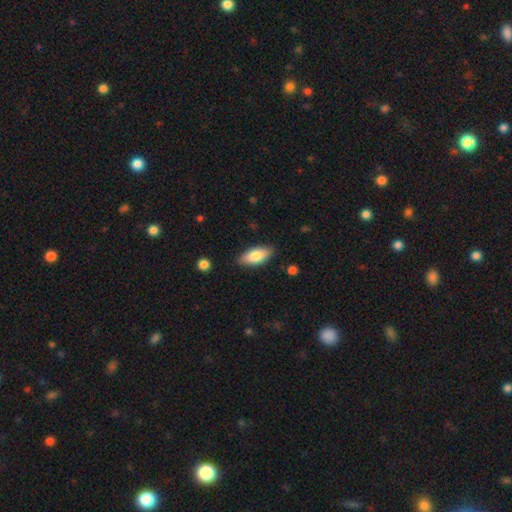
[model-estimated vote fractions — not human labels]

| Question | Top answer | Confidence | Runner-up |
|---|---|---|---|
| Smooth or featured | smooth | 78% | featured or disk (16%) |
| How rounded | in between | 82% | cigar-shaped (16%) |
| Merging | none | 85% | minor disturbance (11%) |